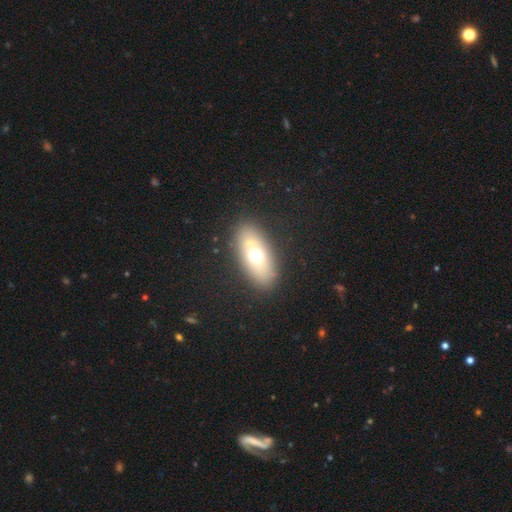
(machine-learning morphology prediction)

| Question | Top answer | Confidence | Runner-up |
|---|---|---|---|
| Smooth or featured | smooth | 59% | featured or disk (29%) |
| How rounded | in between | 79% | round (13%) |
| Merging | none | 76% | minor disturbance (12%) |